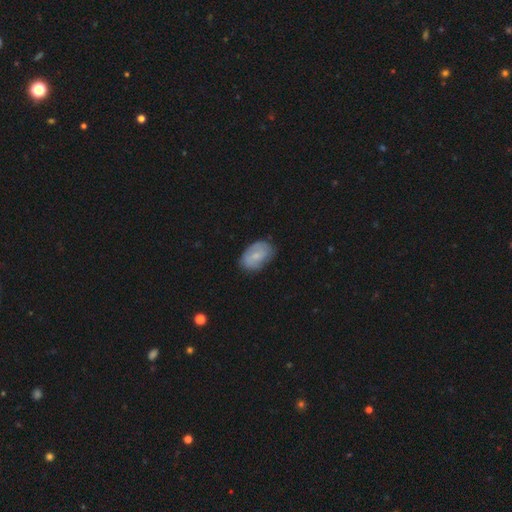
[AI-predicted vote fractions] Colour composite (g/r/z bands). It shows a smooth galaxy with no disk features (63%) that is in between round and cigar-shaped (89%). Merging: none (70%).